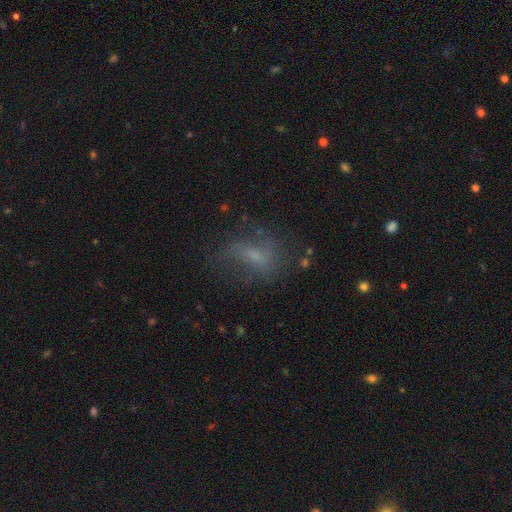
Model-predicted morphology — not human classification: This is possibly a smooth galaxy (45%). Merging: possibly none (51%).